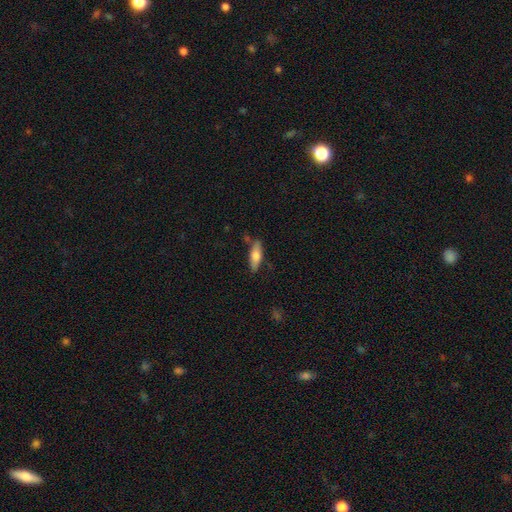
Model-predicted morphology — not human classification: This is likely a smooth galaxy (66%). How rounded: possibly in between (52%). Merging: likely none (76%).